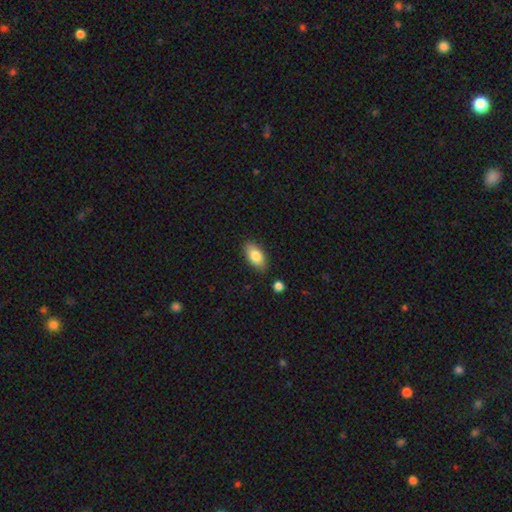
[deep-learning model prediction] Morphology: type=smooth (82%); roundness=in between (91%); merging=none (85%).